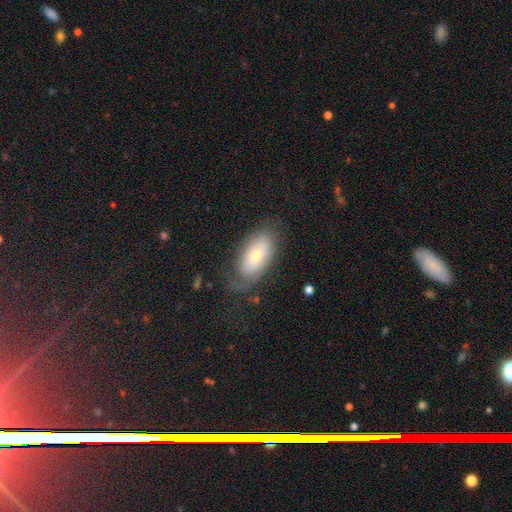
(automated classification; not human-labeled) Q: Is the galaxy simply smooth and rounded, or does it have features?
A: smooth — 53%.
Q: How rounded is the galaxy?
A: in between — 92%.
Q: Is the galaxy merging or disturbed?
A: none — 59%.